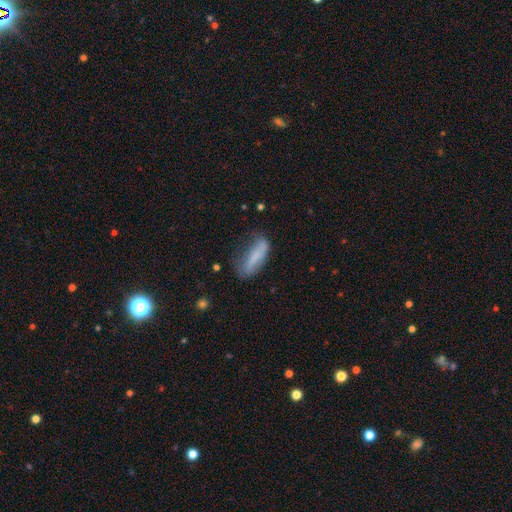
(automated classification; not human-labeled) smooth-or-featured: smooth: 69% | featured or disk: 22% | star or artifact: 9%
  how-rounded: in between: 51% | cigar-shaped: 47% | round: 2%
  merging: none: 43% | minor disturbance: 33% | major disturbance: 21% | merger: 4%